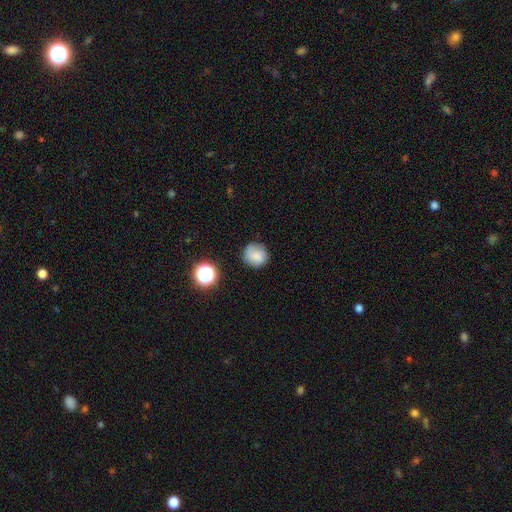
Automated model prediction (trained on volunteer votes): smooth-or-featured: smooth: 75% | featured or disk: 13% | star or artifact: 12%
  how-rounded: round: 87% | in between: 12% | cigar-shaped: 1%
  merging: none: 76% | minor disturbance: 17% | major disturbance: 5% | merger: 2%